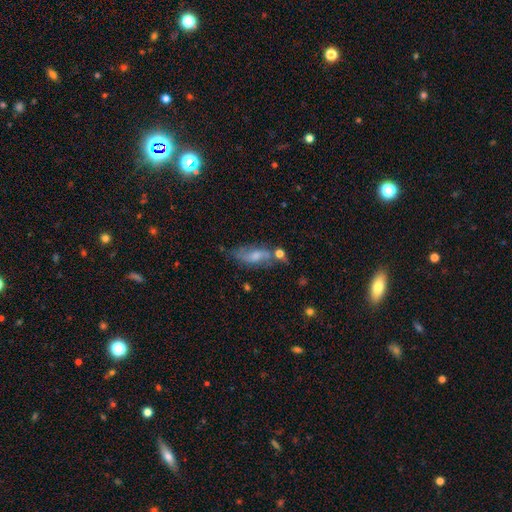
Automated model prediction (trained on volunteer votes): Q: Smooth or featured?
A: featured or disk (48%); runner-up: smooth (42%)
Q: Merging?
A: none (53%); runner-up: minor disturbance (23%)